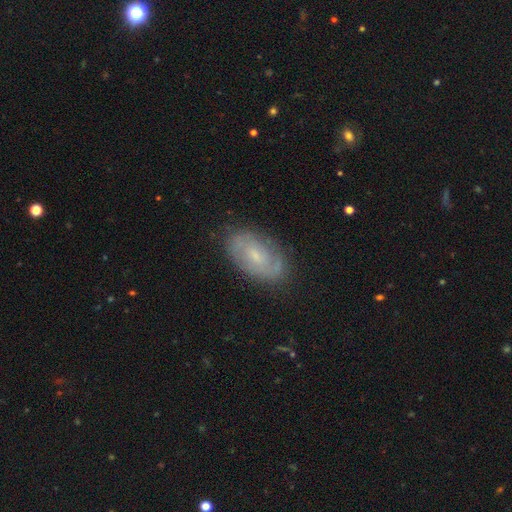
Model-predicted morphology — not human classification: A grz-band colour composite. It shows a featured or disk galaxy (65%) with no bar (56%), 2 (58%) tight (49%) spiral arms (82%) and a small central bulge (53%). Merging: none (78%).